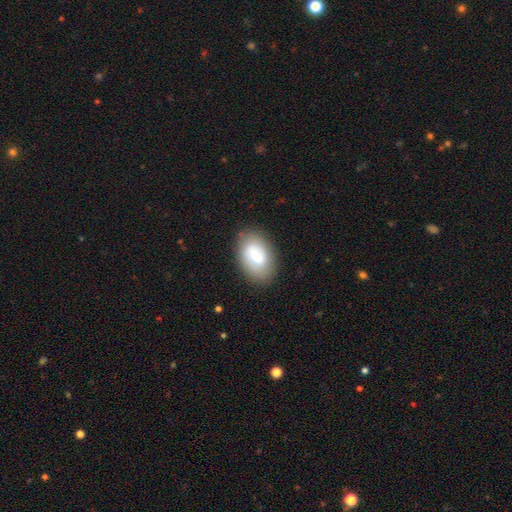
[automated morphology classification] The model was most divided on "smooth or featured": smooth: 69%, featured or disk: 23%, star or artifact: 7%. More confident: how rounded — in between (90%); merging — none (81%).